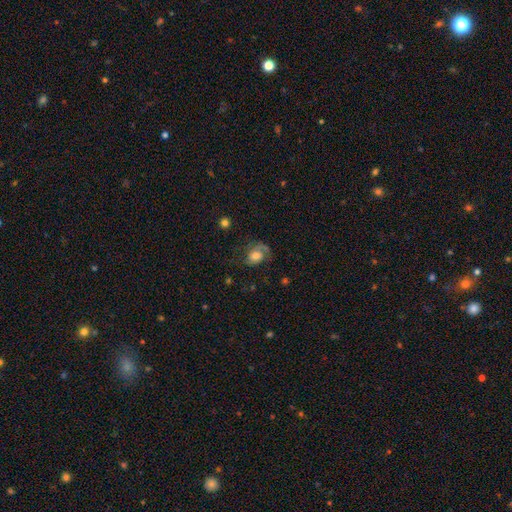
Smooth or featured? featured or disk (65%)
Edge-on disk? no (92%)
Bar? no (50%)
Spiral arms? yes (100%)
Spiral winding? loose (46%)
Spiral arm count? 2 (79%)
Bulge size? large (46%)
Merging? none (56%)